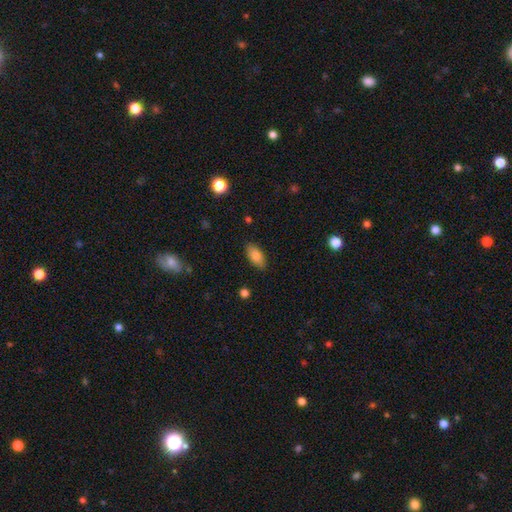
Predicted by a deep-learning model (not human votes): smooth_or_featured: smooth (p=0.82) [alt: featured or disk p=0.10]
how_rounded: in between (p=0.88) [alt: cigar-shaped p=0.08]
merging: none (p=0.87) [alt: minor disturbance p=0.10]